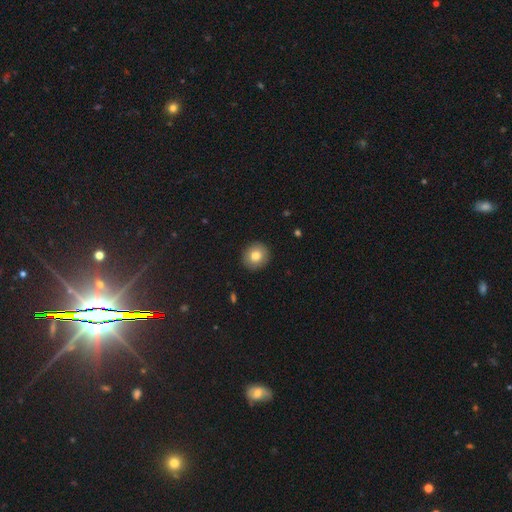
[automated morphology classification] smooth_or_featured: smooth (p=0.81) [alt: featured or disk p=0.10]
how_rounded: round (p=0.91) [alt: in between p=0.08]
merging: none (p=0.91) [alt: minor disturbance p=0.06]